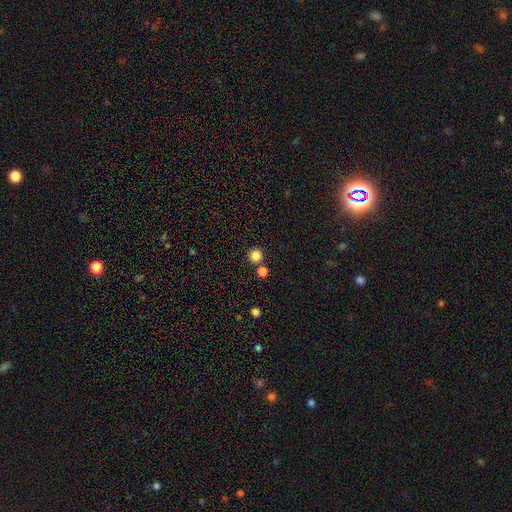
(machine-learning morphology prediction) Overall: smooth (83%). How rounded: round (95%). Merging: none (82%).